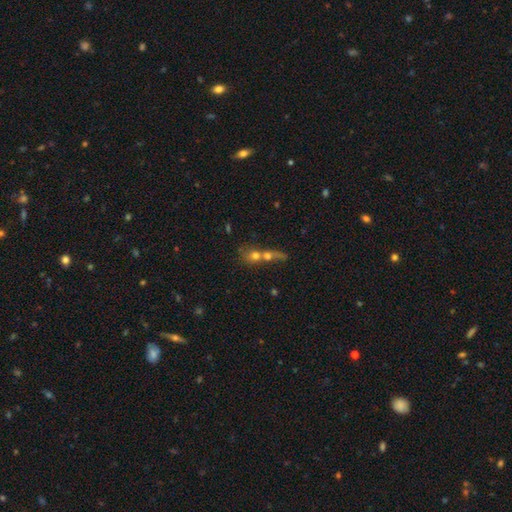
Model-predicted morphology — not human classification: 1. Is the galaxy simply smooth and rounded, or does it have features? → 59% smooth, 27% featured or disk, 14% star or artifact.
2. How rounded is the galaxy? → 59% round, 31% in between, 10% cigar-shaped.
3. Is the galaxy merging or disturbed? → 71% merger, 17% none, 7% major disturbance, 5% minor disturbance.